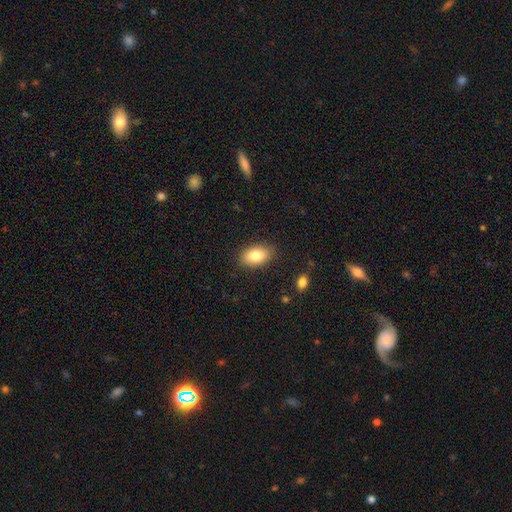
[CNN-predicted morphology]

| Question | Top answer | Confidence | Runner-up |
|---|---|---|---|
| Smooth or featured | smooth | 83% | featured or disk (10%) |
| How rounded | in between | 91% | round (7%) |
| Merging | none | 87% | minor disturbance (10%) |